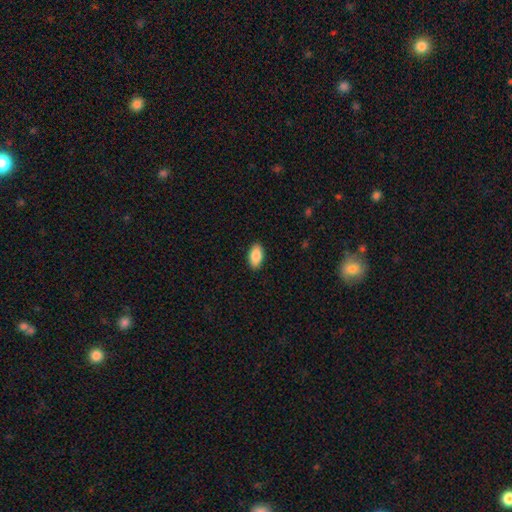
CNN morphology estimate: This is clearly a smooth galaxy (87%). How rounded: clearly in between (94%). Merging: clearly none (90%).